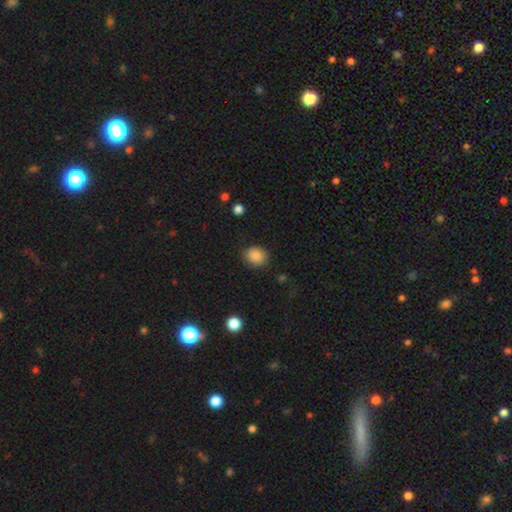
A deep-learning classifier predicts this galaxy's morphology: A smooth galaxy with no disk features (87%) that is round (60%). Merging: none (83%).